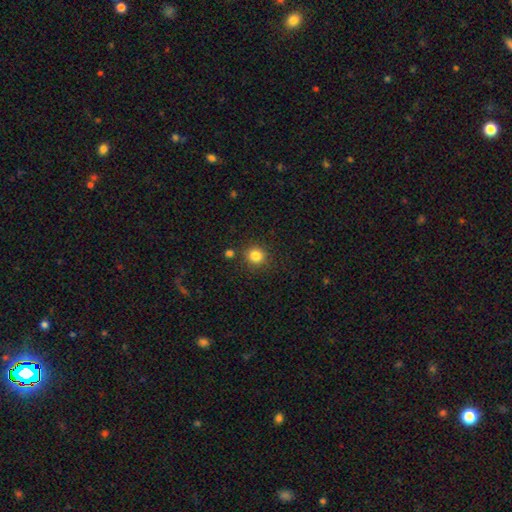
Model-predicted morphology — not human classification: Overall: smooth (83%). How rounded: round (90%). Merging: none (86%).